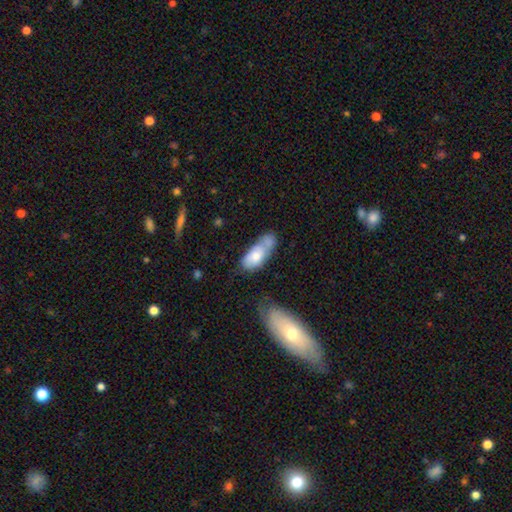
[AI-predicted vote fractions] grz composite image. It shows a smooth galaxy with no disk features (70%) that is in between round and cigar-shaped (83%). Merging: merger (40%).